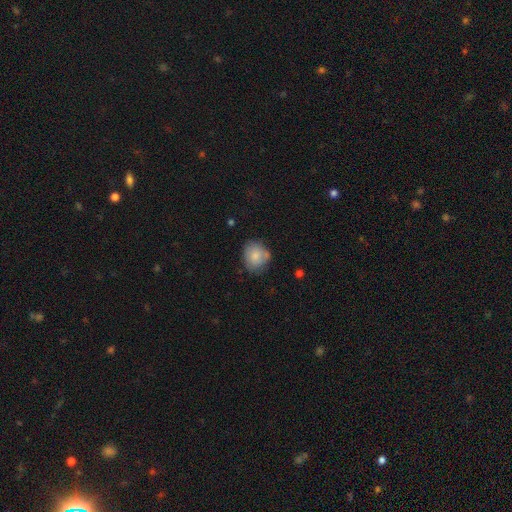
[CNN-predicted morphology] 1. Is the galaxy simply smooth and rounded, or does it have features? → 80% smooth, 12% featured or disk, 8% star or artifact.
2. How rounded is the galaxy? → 66% round, 33% in between, 1% cigar-shaped.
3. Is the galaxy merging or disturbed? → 65% none, 24% minor disturbance, 6% merger, 5% major disturbance.